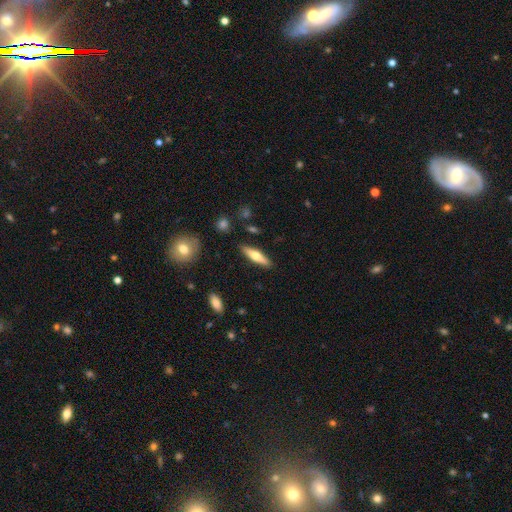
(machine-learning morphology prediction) A smooth galaxy with no disk features (52%) that is cigar-shaped (71%). Merging: none (88%).